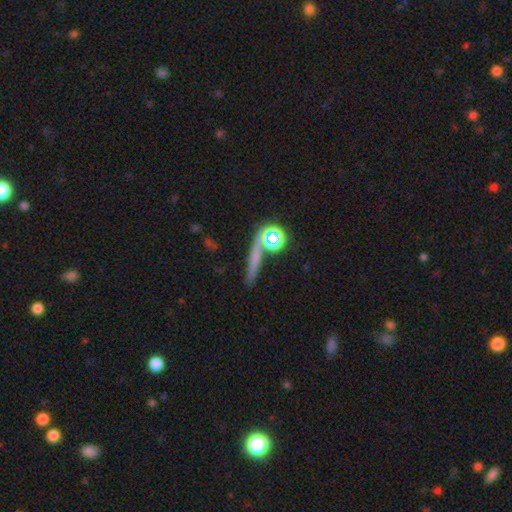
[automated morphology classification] Q: Smooth or featured?
A: smooth (47%); runner-up: star or artifact (27%)
Q: Merging?
A: none (65%); runner-up: merger (15%)